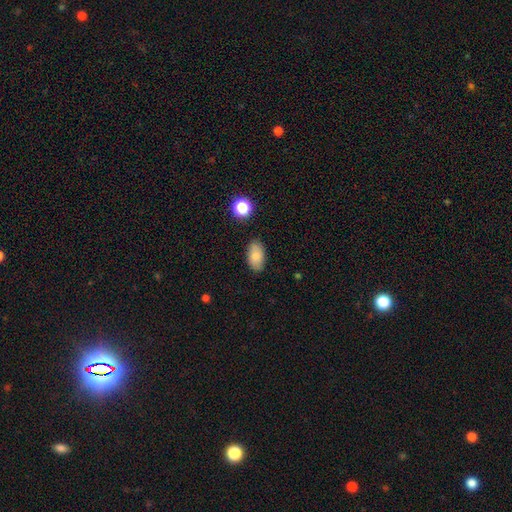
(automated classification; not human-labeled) This is clearly a smooth galaxy (82%). How rounded: clearly in between (92%). Merging: clearly none (84%).